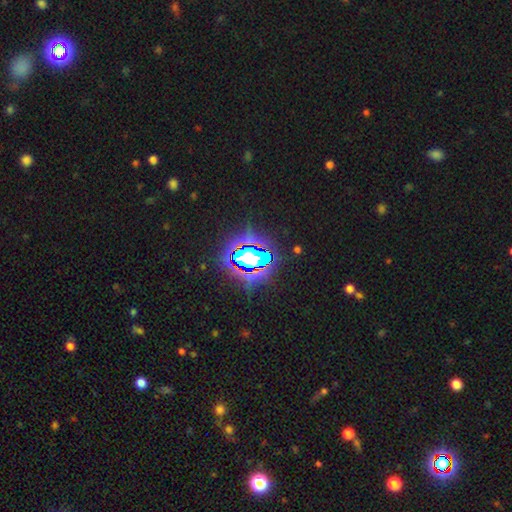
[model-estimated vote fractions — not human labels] Overall: star or artifact (68%).